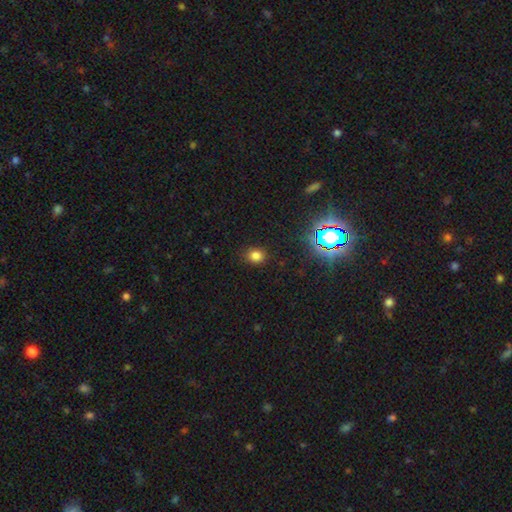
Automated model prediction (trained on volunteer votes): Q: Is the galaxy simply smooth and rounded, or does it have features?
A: smooth — 77%.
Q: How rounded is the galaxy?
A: round — 68%.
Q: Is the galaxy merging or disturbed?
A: none — 86%.